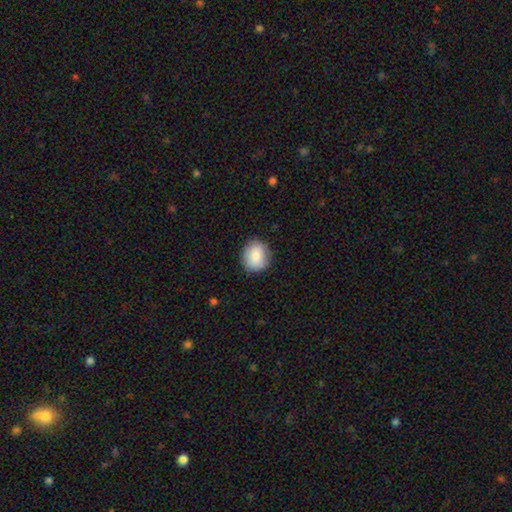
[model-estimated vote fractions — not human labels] The model was most divided on "how rounded": round: 69%, in between: 30%, cigar-shaped: 1%. More confident: merging — none (86%); smooth or featured — smooth (85%).